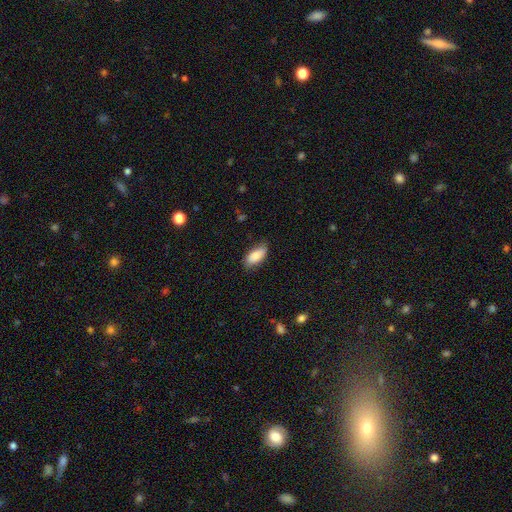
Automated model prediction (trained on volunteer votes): This appears to be a smooth galaxy with no disk features (84%) that is in between round and cigar-shaped (88%). Merging: none (77%).